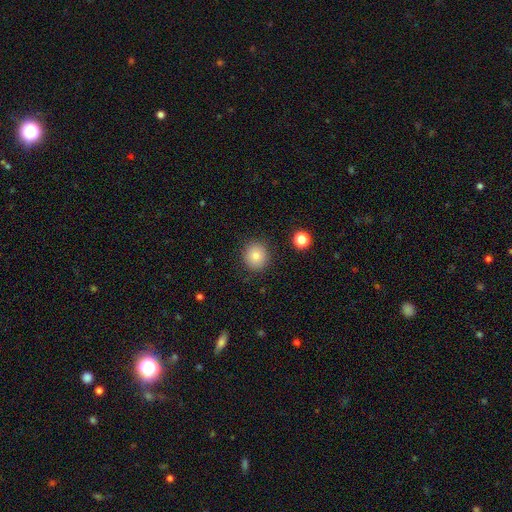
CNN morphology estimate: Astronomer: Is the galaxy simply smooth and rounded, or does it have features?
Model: smooth — 81%.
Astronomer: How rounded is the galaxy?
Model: round — 87%.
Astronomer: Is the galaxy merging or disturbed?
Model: none — 89%.